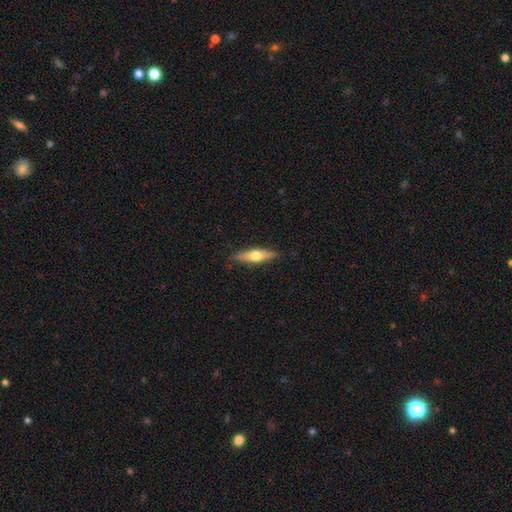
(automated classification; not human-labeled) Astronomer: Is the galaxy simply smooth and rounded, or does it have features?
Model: smooth — 49% (runner-up: featured or disk, 46%).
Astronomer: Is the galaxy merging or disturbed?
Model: none — 87%.